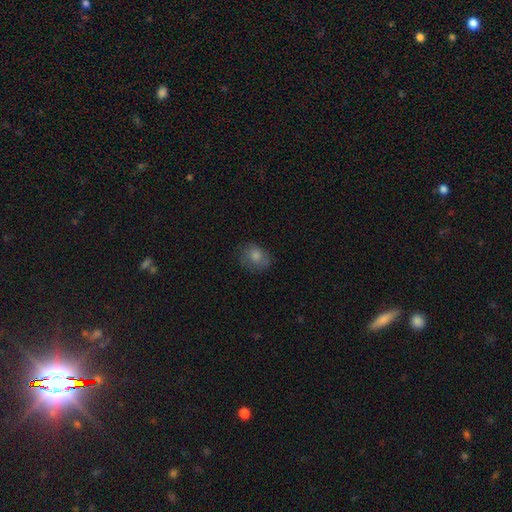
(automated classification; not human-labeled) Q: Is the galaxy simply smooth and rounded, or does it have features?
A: smooth — 70%.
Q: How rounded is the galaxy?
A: round — 59%.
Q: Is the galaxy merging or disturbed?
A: none — 74%.